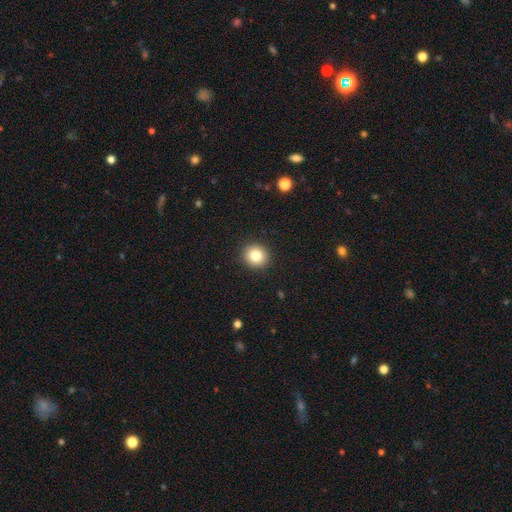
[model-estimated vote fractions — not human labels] Q: Smooth or featured?
A: smooth (81%); runner-up: star or artifact (10%)
Q: How rounded?
A: round (90%); runner-up: in between (9%)
Q: Merging?
A: none (92%); runner-up: minor disturbance (6%)